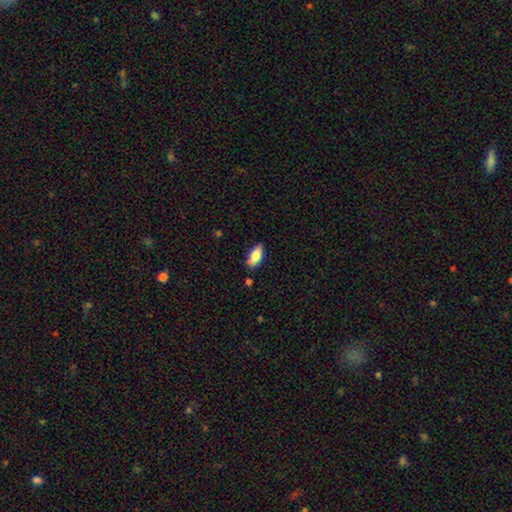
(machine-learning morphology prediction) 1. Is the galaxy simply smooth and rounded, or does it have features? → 79% smooth, 14% featured or disk, 7% star or artifact.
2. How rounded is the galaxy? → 89% in between, 8% cigar-shaped, 3% round.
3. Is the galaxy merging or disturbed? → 77% none, 17% minor disturbance, 3% major disturbance, 3% merger.